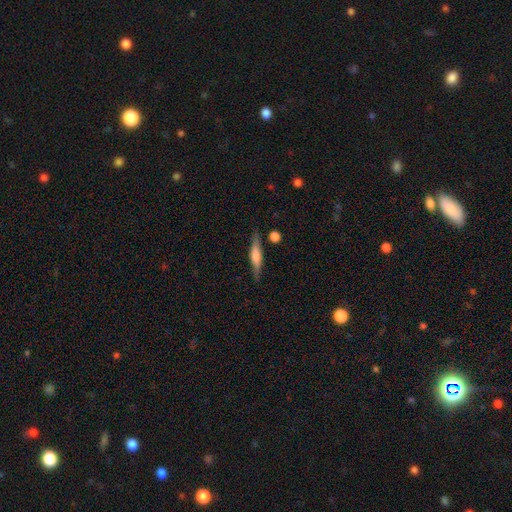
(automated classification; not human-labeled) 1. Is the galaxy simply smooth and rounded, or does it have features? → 54% featured or disk, 40% smooth, 7% star or artifact.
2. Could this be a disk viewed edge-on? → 95% yes, 5% no.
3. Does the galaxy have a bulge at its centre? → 62% rounded, 27% boxy, 11% none.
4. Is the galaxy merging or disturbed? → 83% none, 11% minor disturbance, 3% merger, 3% major disturbance.